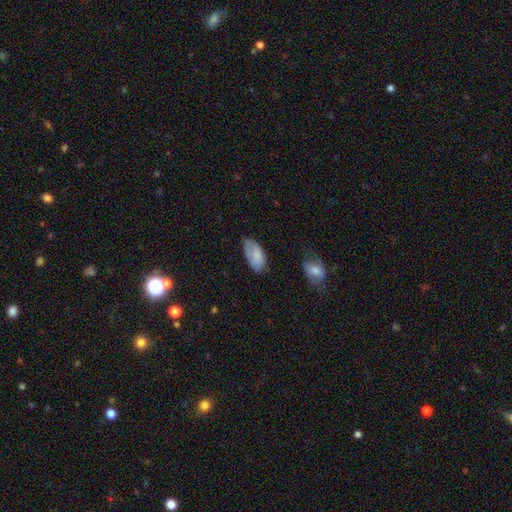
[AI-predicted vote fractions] A smooth galaxy with no disk features (76%) that is in between round and cigar-shaped (94%).

Vote fractions:
- Smooth or featured? smooth: 76% / featured or disk: 17% / star or artifact: 7%
- How rounded? in between: 94% / cigar-shaped: 3% / round: 3%
- Merging? none: 55% / minor disturbance: 32% / major disturbance: 10% / merger: 3%